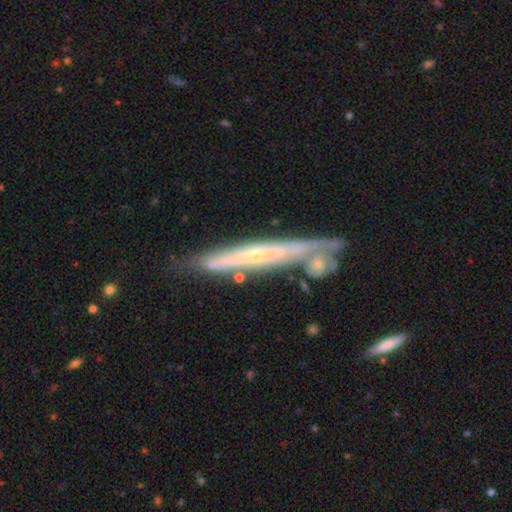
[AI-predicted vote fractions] Overall: featured or disk (76%). Edge-on disk: yes (78%). Edge-on bulge: rounded (60%; none 37%). Merging: none (60%).